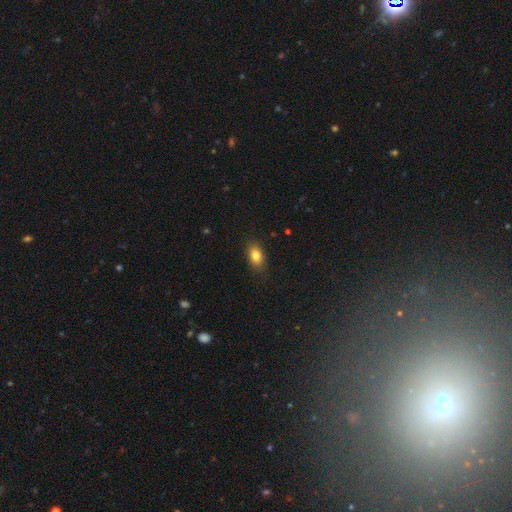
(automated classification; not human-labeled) This appears to be a smooth galaxy with no disk features (83%) that is in between round and cigar-shaped (86%). Merging: none (85%).